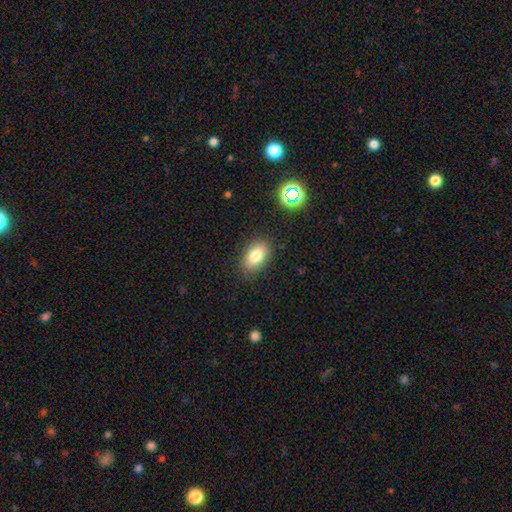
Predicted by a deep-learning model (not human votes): Overall: smooth (80%). How rounded: in between (89%). Merging: none (85%).